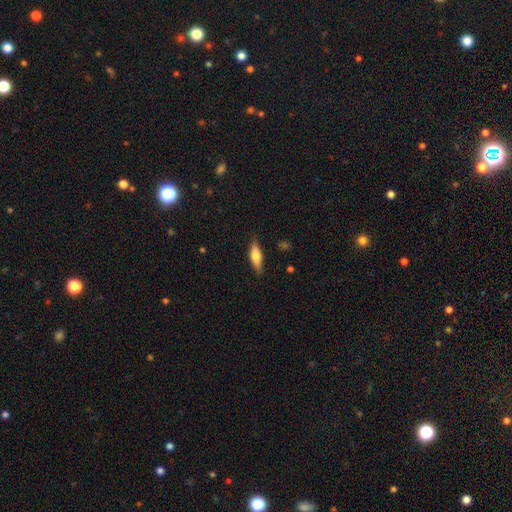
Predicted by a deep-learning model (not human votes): Morphology: type=smooth (65%); roundness=in between (52%); merging=none (83%).